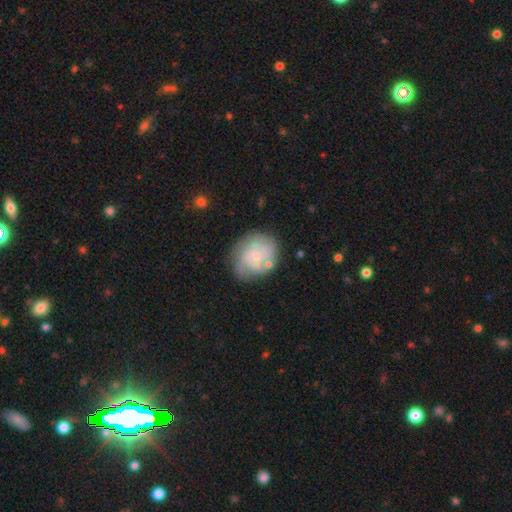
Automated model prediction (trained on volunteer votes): Q: Smooth or featured?
A: featured or disk (52%); runner-up: smooth (40%)
Q: Edge-on disk?
A: no (98%); runner-up: yes (2%)
Q: Bar?
A: no (78%); runner-up: weak (20%)
Q: Spiral arms?
A: yes (75%); runner-up: no (25%)
Q: Bulge size?
A: small (69%); runner-up: moderate (18%)
Q: Merging?
A: none (62%); runner-up: minor disturbance (22%)